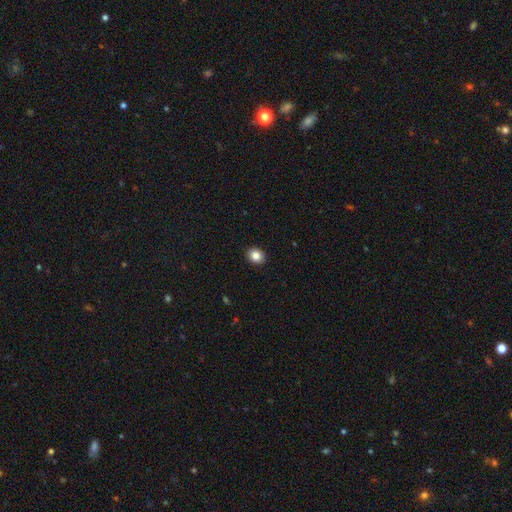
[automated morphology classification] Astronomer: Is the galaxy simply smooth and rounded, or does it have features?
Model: smooth — 86%.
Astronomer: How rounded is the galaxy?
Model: round — 60% (runner-up: in between, 39%).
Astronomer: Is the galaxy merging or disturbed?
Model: none — 92%.